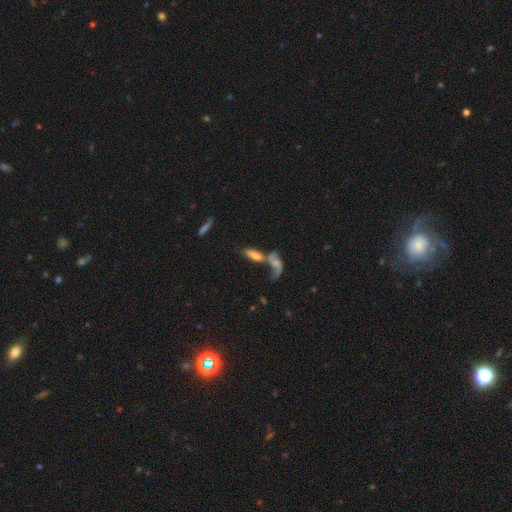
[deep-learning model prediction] smooth-or-featured: smooth: 47% | featured or disk: 40% | star or artifact: 13%
  merging: merger: 56% | none: 26% | minor disturbance: 9% | major disturbance: 9%